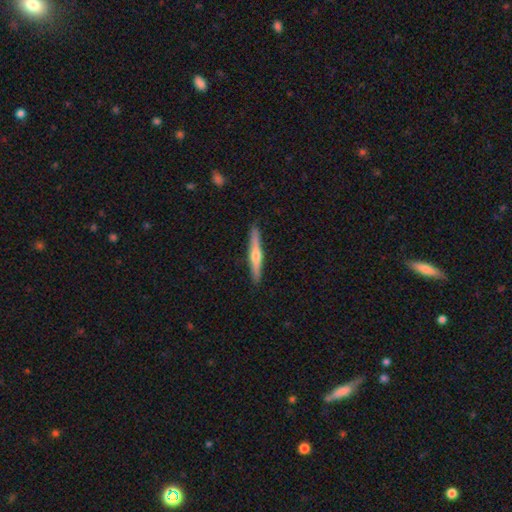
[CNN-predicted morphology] type=featured or disk (61%); edge-on=yes (97%); edge-on bulge=rounded (89%); merging=none (91%).